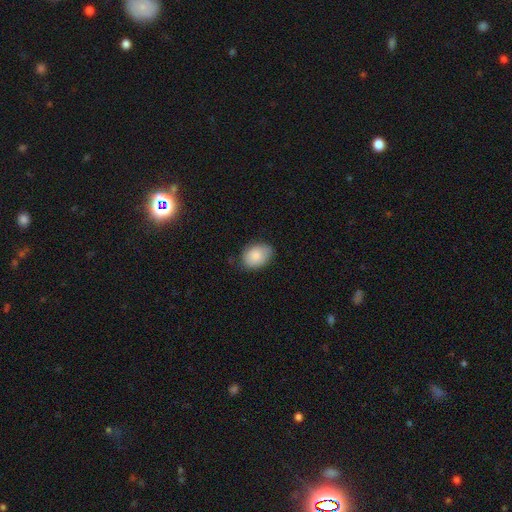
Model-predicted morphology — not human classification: smooth 86%, featured or disk 7%, star or artifact 7%. Down the decision tree: how rounded — in between (76%); merging — none (77%).